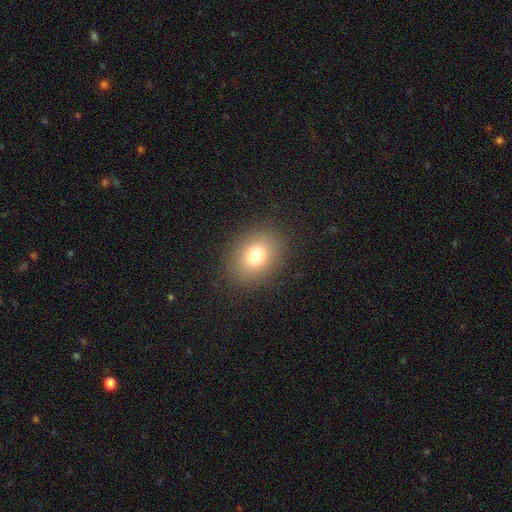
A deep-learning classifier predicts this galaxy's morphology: smooth-or-featured: smooth: 77% | star or artifact: 12% | featured or disk: 11%
  how-rounded: in between: 61% | round: 38% | cigar-shaped: 1%
  merging: none: 87% | minor disturbance: 8% | major disturbance: 4% | merger: 1%